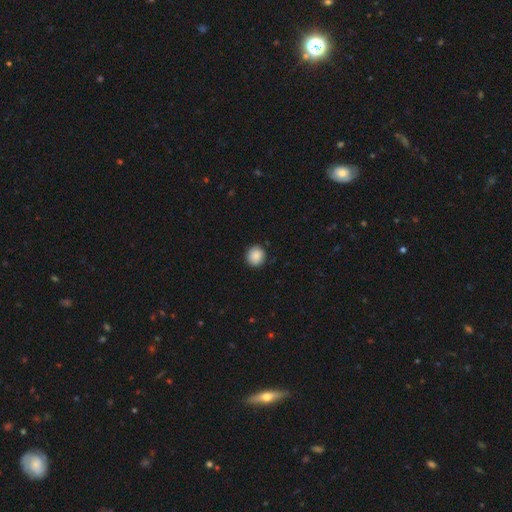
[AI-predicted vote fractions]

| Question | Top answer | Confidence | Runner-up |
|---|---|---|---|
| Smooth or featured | smooth | 89% | star or artifact (8%) |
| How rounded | round | 92% | in between (7%) |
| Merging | none | 90% | minor disturbance (7%) |